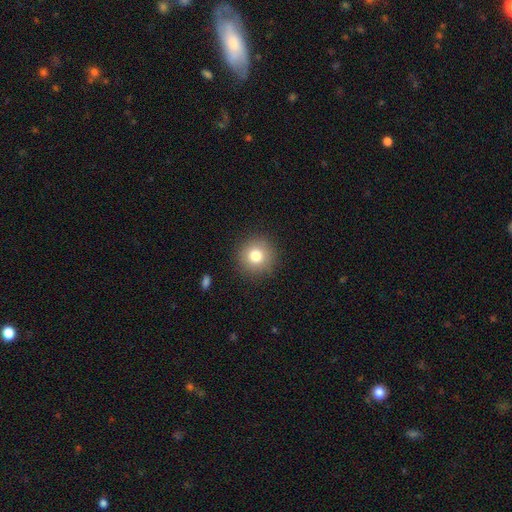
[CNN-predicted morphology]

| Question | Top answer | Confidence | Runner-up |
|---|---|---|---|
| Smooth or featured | smooth | 79% | star or artifact (11%) |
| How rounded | round | 94% | in between (5%) |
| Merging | none | 90% | minor disturbance (7%) |